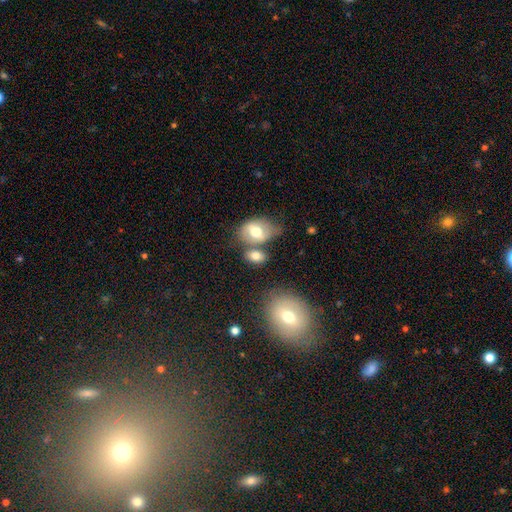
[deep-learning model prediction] smooth-or-featured: smooth: 74% | featured or disk: 17% | star or artifact: 9%
  how-rounded: in between: 80% | round: 18% | cigar-shaped: 2%
  merging: none: 46% | merger: 33% | minor disturbance: 15% | major disturbance: 6%